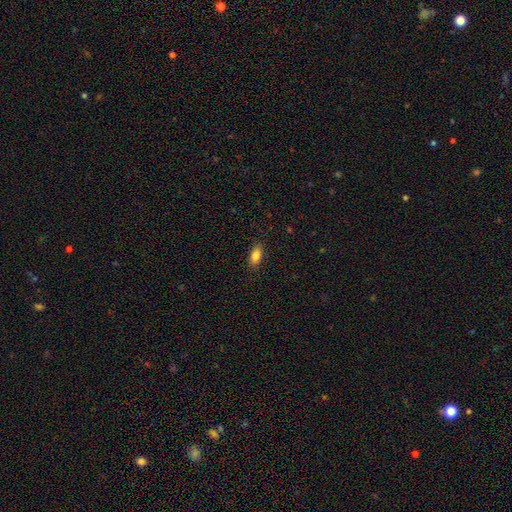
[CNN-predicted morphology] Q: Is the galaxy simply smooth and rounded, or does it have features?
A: smooth — 84%.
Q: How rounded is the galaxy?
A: in between — 85%.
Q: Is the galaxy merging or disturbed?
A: none — 87%.